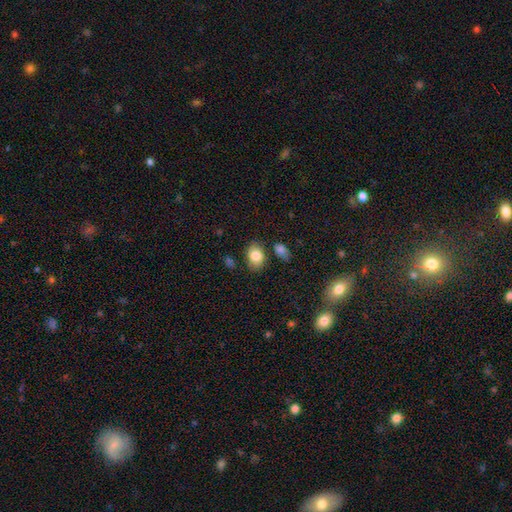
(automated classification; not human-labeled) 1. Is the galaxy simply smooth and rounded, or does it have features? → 83% smooth, 10% featured or disk, 7% star or artifact.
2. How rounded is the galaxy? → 76% in between, 23% round, 1% cigar-shaped.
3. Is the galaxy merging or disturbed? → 77% none, 14% minor disturbance, 5% merger, 4% major disturbance.